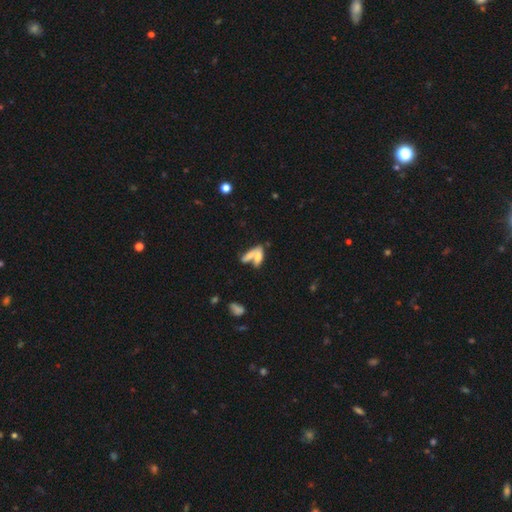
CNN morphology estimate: Overall: smooth (63%; featured or disk 26%). How rounded: in between (67%; cigar-shaped 28%). Merging: merger (57%; none 27%).